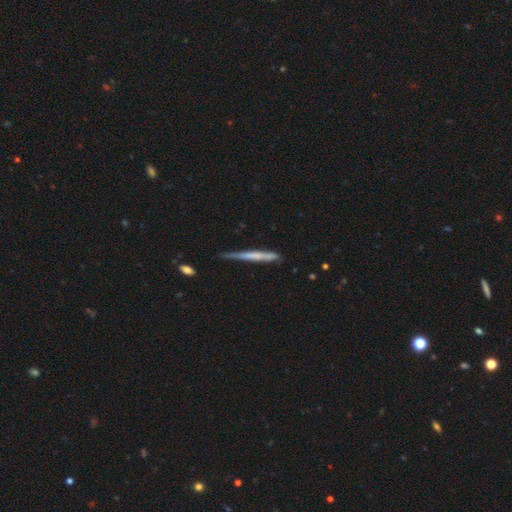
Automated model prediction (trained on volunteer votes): This appears to be a smooth galaxy with no disk features (52%) that is cigar-shaped (96%). Merging: none (65%).